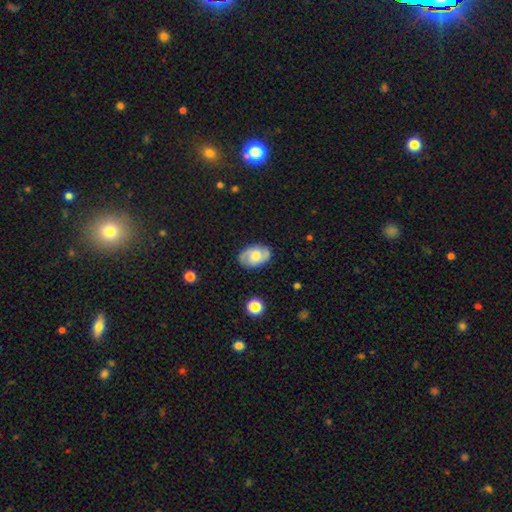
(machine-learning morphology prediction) Smooth or featured? featured or disk (61%)
Edge-on disk? no (96%)
Bar? no (57%)
Spiral arms? yes (82%)
Bulge size? moderate (53%)
Merging? none (82%)